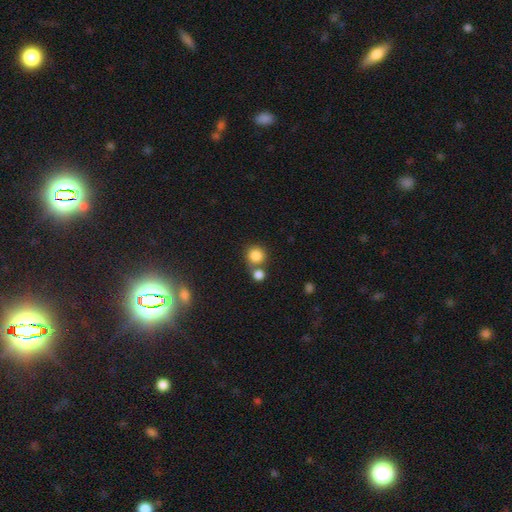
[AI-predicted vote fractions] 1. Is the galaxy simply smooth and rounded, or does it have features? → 83% smooth, 10% star or artifact, 6% featured or disk.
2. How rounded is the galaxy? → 89% round, 10% in between, 1% cigar-shaped.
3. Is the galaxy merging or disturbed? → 55% none, 33% merger, 9% minor disturbance, 4% major disturbance.